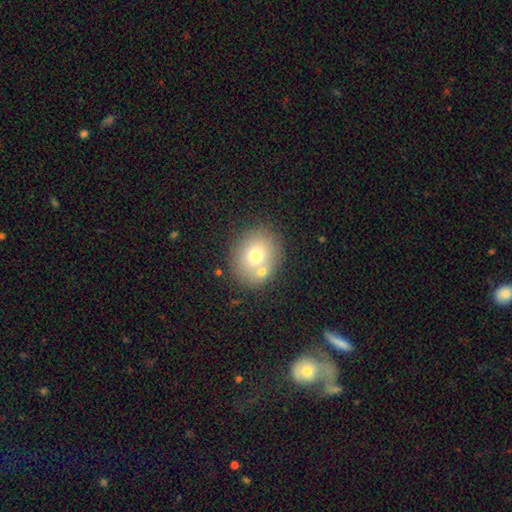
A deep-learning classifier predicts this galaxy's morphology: The model was most divided on "how rounded": round: 69%, in between: 30%, cigar-shaped: 1%. More confident: smooth or featured — smooth (69%); merging — none (68%).